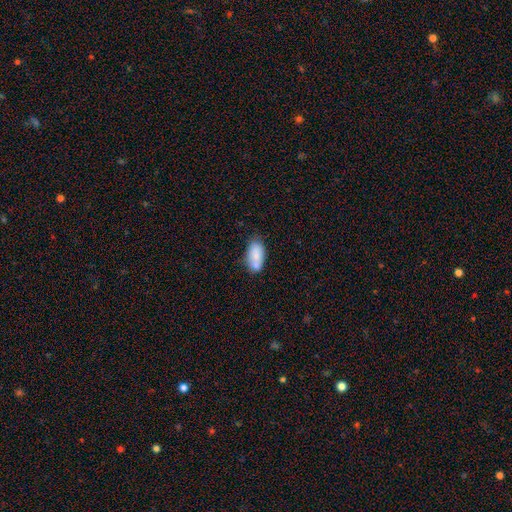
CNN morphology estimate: type=smooth (78%); roundness=in between (91%); merging=none (55%).